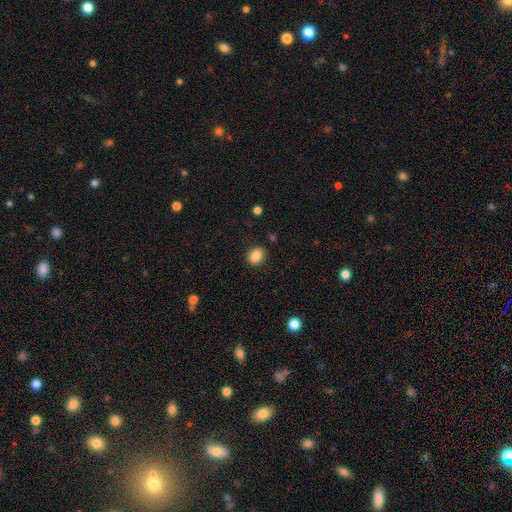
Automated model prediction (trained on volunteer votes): A smooth galaxy with no disk features (86%) that is in between round and cigar-shaped (54%). Merging: none (87%).